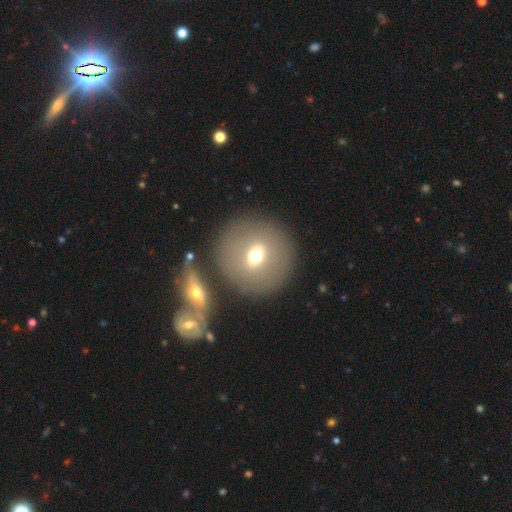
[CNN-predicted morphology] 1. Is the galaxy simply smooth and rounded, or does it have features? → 56% smooth, 34% featured or disk, 10% star or artifact.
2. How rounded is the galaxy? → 89% round, 10% in between, 1% cigar-shaped.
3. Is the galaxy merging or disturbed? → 77% none, 11% merger, 8% minor disturbance, 4% major disturbance.